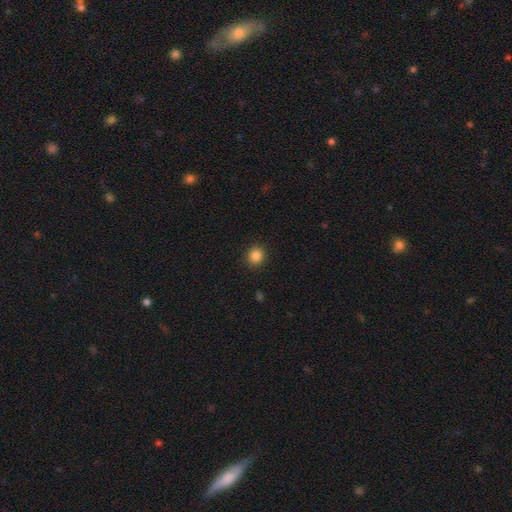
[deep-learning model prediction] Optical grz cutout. It shows a smooth galaxy with no disk features (85%) that is round (85%). Merging: none (91%).